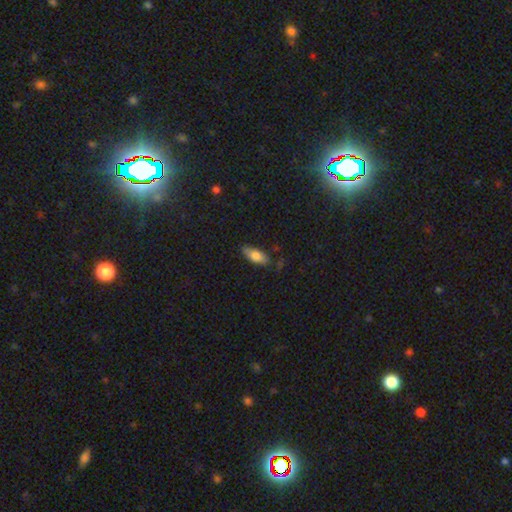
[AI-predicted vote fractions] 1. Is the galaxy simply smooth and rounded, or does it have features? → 76% smooth, 18% featured or disk, 7% star or artifact.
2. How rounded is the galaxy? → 80% in between, 18% cigar-shaped, 2% round.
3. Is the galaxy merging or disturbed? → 74% none, 20% minor disturbance, 4% major disturbance, 2% merger.